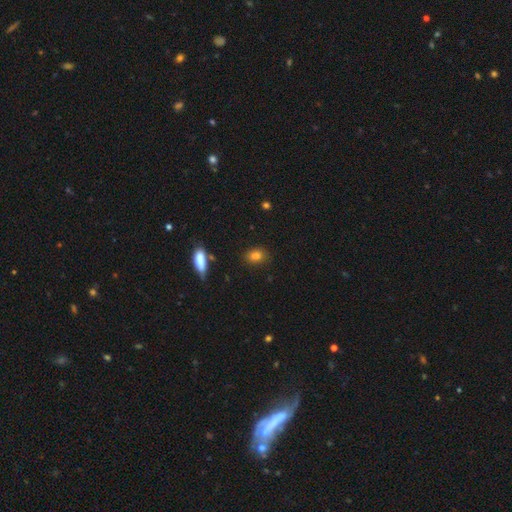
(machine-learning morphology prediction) Smooth or featured?
  - smooth: 83% *
  - star or artifact: 10%
  - featured or disk: 7%
How rounded?
  - in between: 69% *
  - round: 28%
  - cigar-shaped: 3%
Merging?
  - none: 79% *
  - minor disturbance: 14%
  - major disturbance: 4%
  - merger: 3%